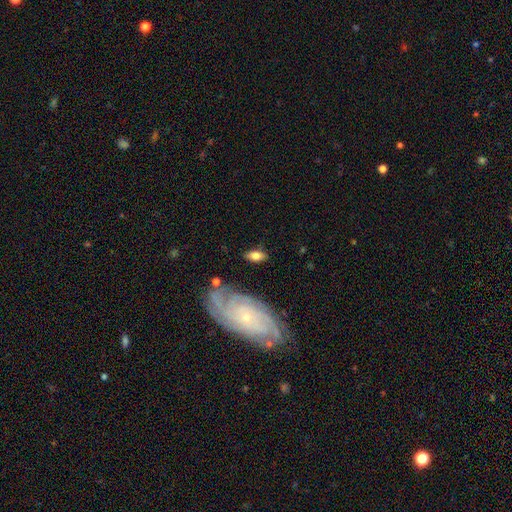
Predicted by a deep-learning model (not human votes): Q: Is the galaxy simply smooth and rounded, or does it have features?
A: smooth — 65%.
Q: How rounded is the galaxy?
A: in between — 87%.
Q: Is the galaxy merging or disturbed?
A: none — 76%.